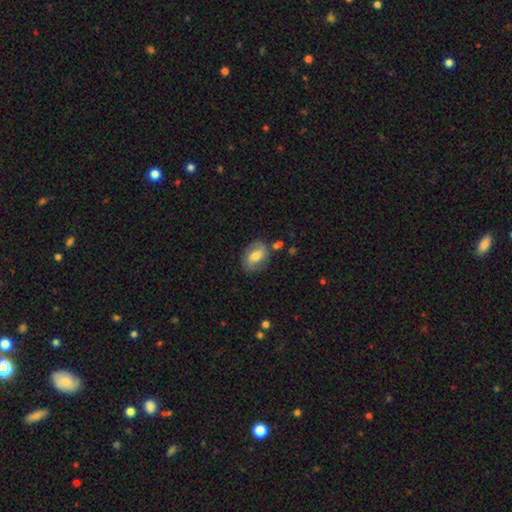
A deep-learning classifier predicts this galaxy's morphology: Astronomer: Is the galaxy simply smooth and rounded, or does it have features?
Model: smooth — 59%.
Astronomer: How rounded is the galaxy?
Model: in between — 79%.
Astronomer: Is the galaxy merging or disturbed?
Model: none — 74%.